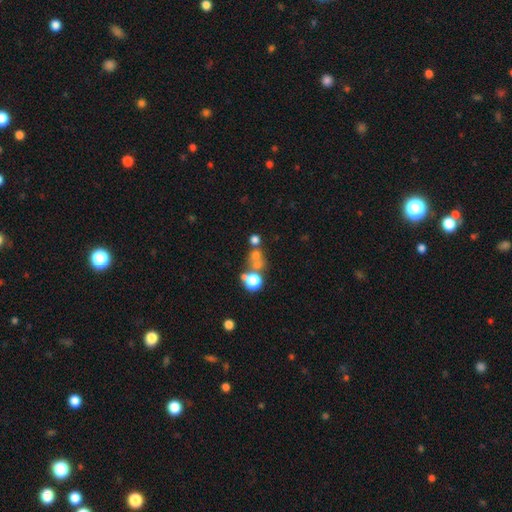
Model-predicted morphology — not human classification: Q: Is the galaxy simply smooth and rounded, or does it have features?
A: smooth — 59%.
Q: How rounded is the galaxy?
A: round — 84%.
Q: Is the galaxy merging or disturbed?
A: none — 45%.